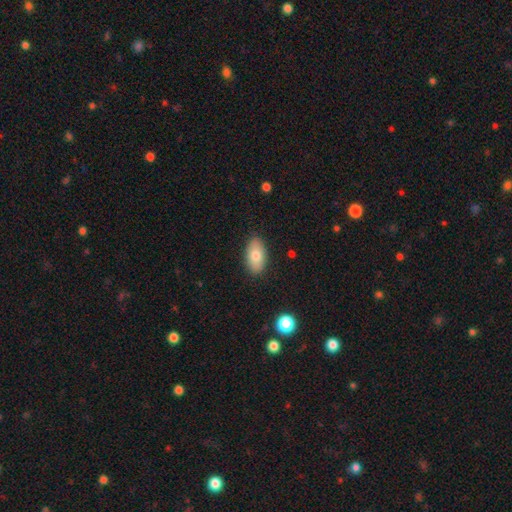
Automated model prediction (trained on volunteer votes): smooth 78%, featured or disk 15%, star or artifact 7%. Down the decision tree: how rounded — in between (92%); merging — none (87%).